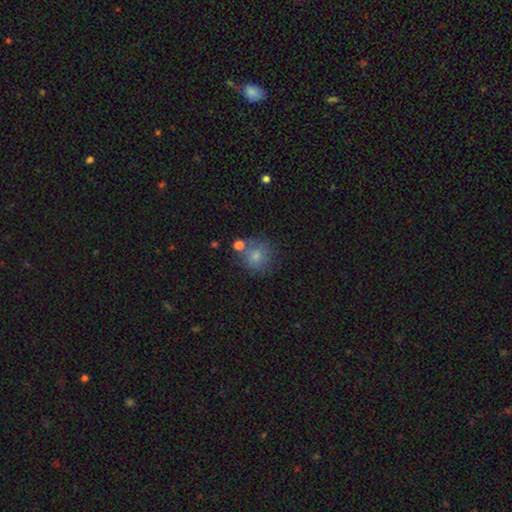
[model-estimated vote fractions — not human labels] Smooth or featured? Predicted: smooth (p=0.79). How rounded? Predicted: round (p=0.85). Merging? Predicted: none (p=0.63).